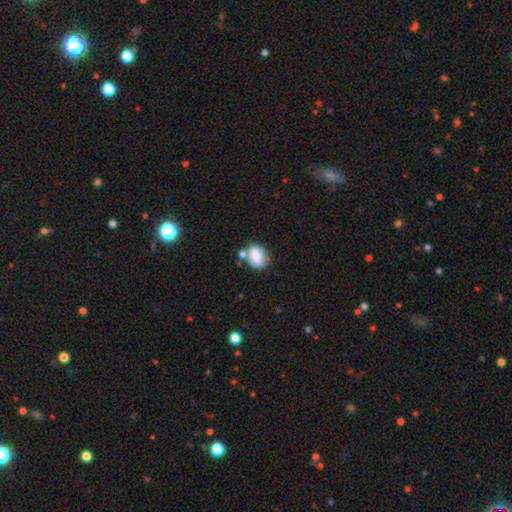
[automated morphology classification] This appears to be a smooth galaxy with no disk features (82%) that is in between round and cigar-shaped (67%). Merging: none (50%).